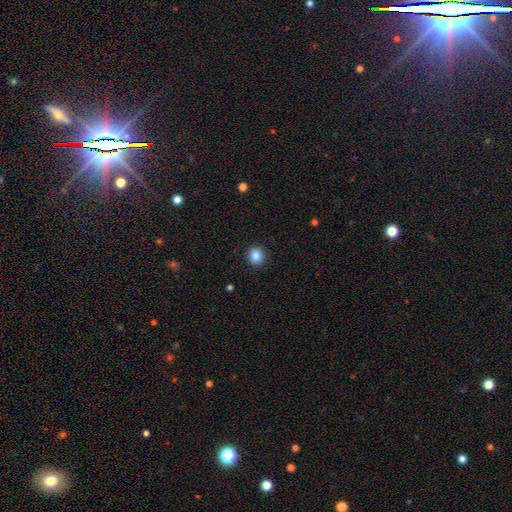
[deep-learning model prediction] This appears to be a smooth galaxy with no disk features (85%) that is round (83%). Merging: none (92%).